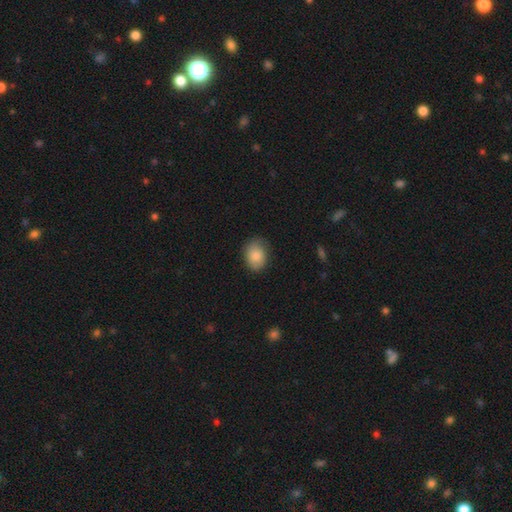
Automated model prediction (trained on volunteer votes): Smooth or featured: smooth — 85% (featured or disk — 8%)
How rounded: in between — 66% (round — 33%)
Merging: none — 76% (minor disturbance — 19%)